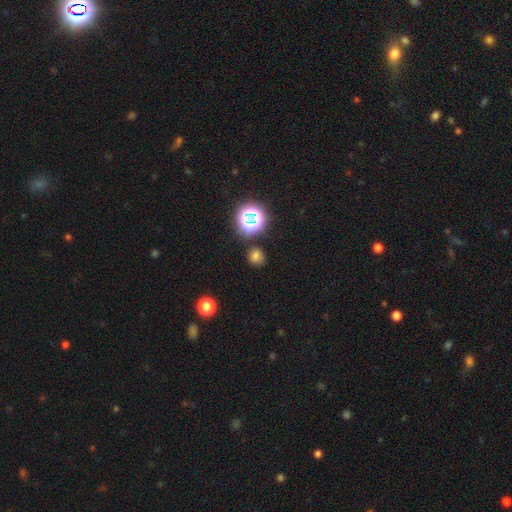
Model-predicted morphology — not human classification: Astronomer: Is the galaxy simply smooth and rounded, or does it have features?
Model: smooth — 68%.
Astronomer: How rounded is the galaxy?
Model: round — 79%.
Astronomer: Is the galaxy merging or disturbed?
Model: none — 82%.